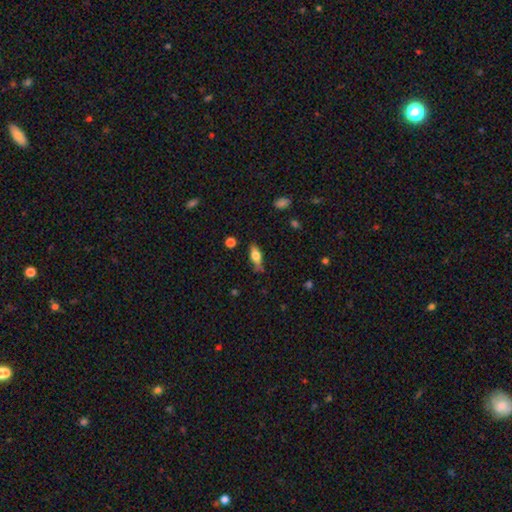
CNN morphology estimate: A smooth galaxy with no disk features (63%) that is in between round and cigar-shaped (67%). Merging: none (69%).